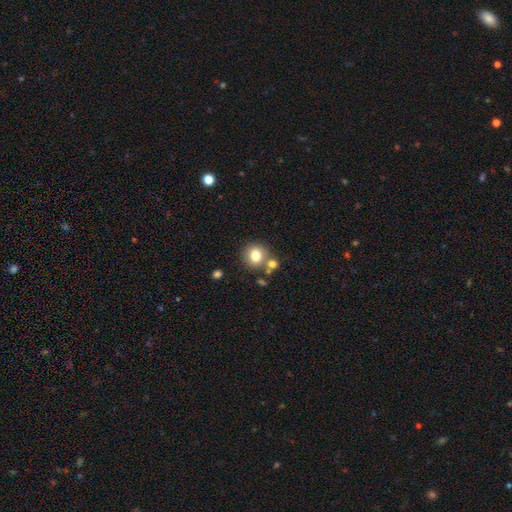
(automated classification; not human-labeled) Smooth or featured: smooth — 79% (star or artifact — 11%)
How rounded: round — 87% (in between — 12%)
Merging: none — 68% (merger — 18%)